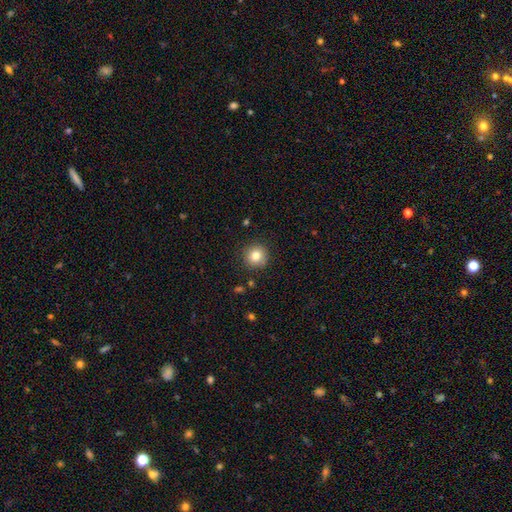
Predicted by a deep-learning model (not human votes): Smooth or featured? smooth (80%)
How rounded? round (94%)
Merging? none (89%)